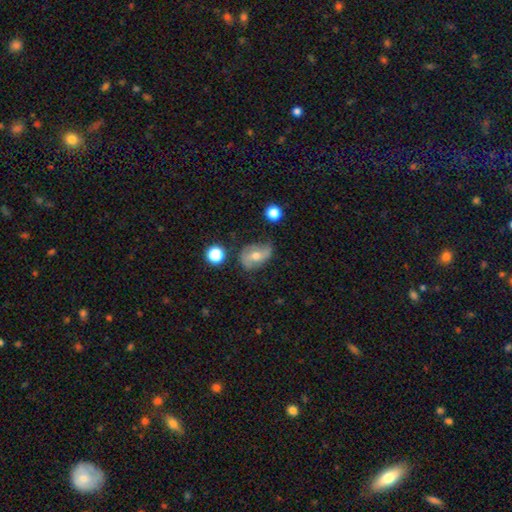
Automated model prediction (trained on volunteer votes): featured or disk 49%, smooth 41%, star or artifact 10%. Down the decision tree: merging — none (55%).